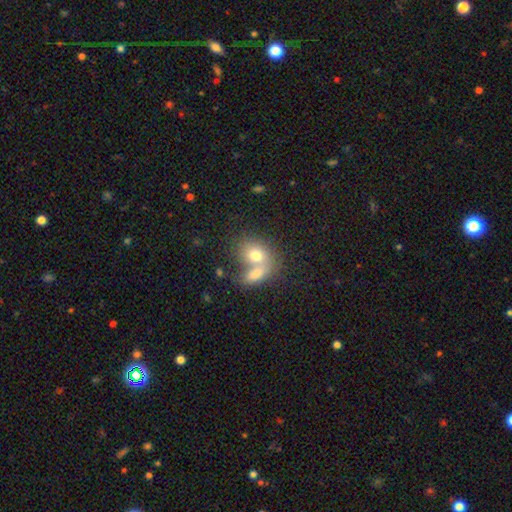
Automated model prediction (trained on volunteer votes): Smooth or featured? smooth (73%)
How rounded? in between (58%)
Merging? merger (62%)